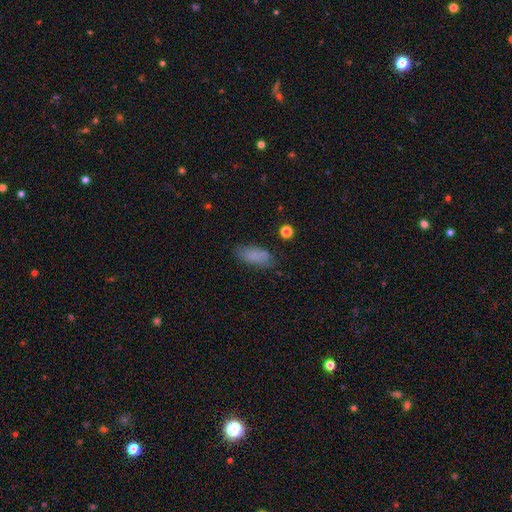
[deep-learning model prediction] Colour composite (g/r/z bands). It shows a smooth galaxy with no disk features (80%) that is in between round and cigar-shaped (84%). Merging: none (74%).